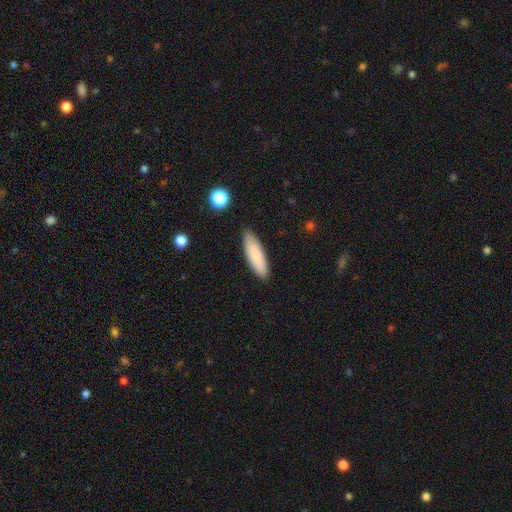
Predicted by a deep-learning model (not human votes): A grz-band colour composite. It shows a smooth galaxy with no disk features (84%) that is cigar-shaped (55%). Merging: none (86%).